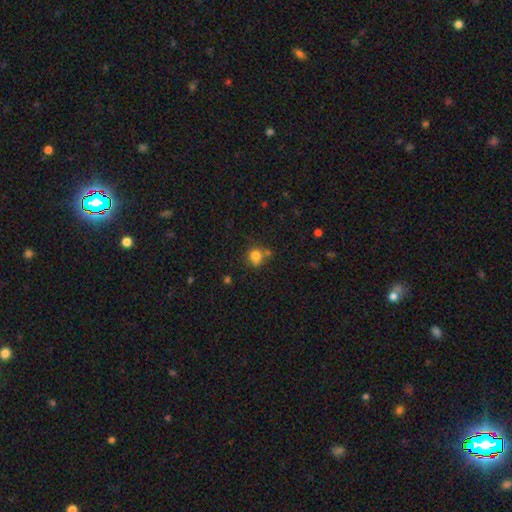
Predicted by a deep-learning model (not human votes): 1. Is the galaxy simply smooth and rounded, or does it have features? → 79% smooth, 12% star or artifact, 9% featured or disk.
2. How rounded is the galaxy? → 82% round, 17% in between, 1% cigar-shaped.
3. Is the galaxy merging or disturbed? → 57% none, 20% merger, 18% minor disturbance, 6% major disturbance.